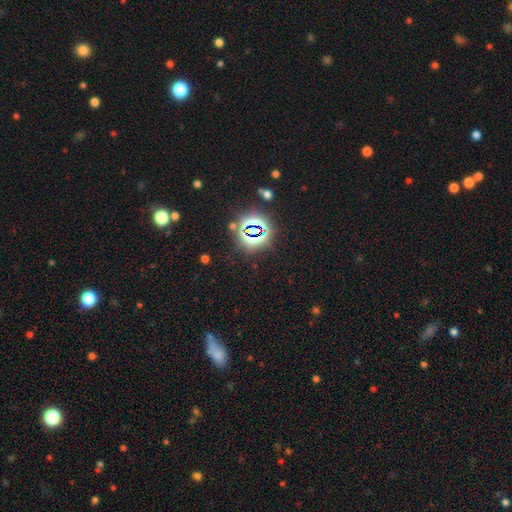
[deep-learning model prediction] smooth-or-featured: star or artifact: 76% | smooth: 14% | featured or disk: 10%